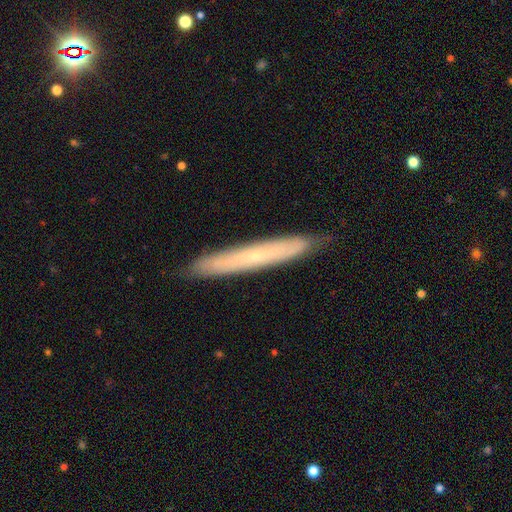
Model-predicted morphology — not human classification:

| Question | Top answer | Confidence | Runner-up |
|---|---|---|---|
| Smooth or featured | featured or disk | 49% | smooth (44%) |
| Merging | none | 88% | minor disturbance (10%) |